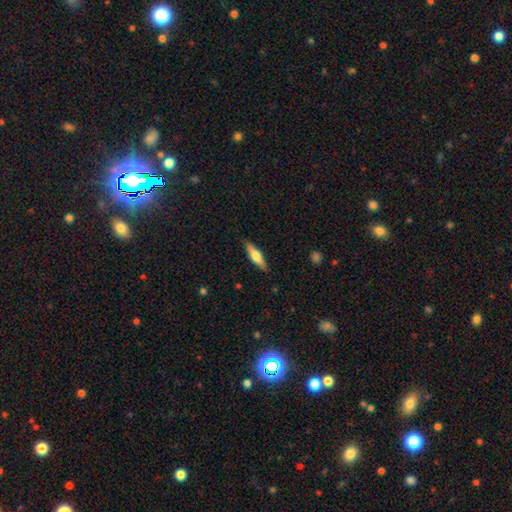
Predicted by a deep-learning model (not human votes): smooth_or_featured: smooth (p=0.53) [alt: featured or disk p=0.41]
how_rounded: cigar-shaped (p=0.62) [alt: in between p=0.36]
merging: none (p=0.87) [alt: minor disturbance p=0.10]